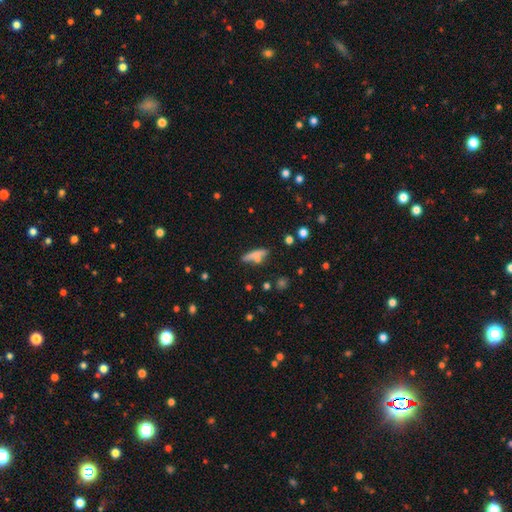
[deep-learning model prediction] smooth_or_featured: smooth (p=0.68) [alt: featured or disk p=0.22]
how_rounded: cigar-shaped (p=0.64) [alt: in between p=0.33]
merging: none (p=0.59) [alt: minor disturbance p=0.20]